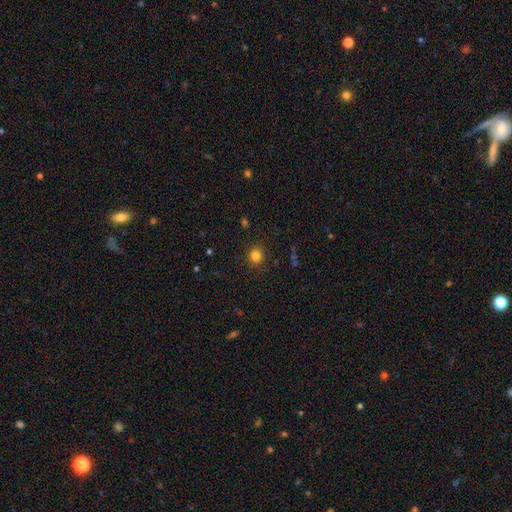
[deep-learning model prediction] This is clearly a smooth galaxy (82%). How rounded: clearly round (85%). Merging: clearly none (88%).